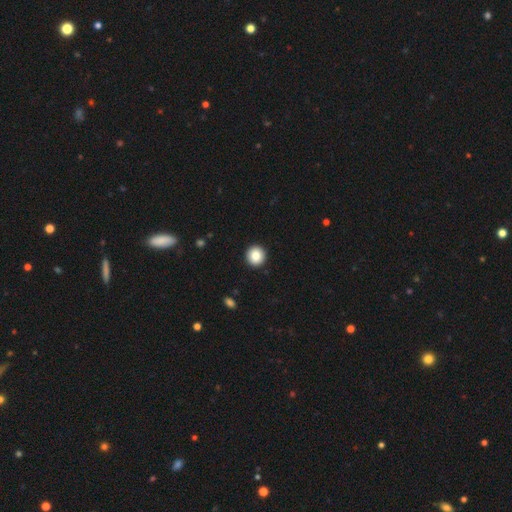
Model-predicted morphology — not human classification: This is clearly a smooth galaxy (86%). How rounded: clearly round (95%). Merging: clearly none (93%).